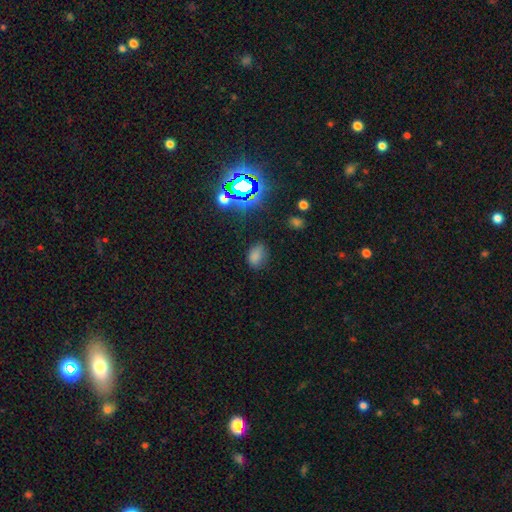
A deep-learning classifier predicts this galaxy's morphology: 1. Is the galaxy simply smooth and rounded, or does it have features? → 71% smooth, 22% star or artifact, 7% featured or disk.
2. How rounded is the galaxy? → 80% in between, 18% round, 2% cigar-shaped.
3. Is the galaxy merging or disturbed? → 74% none, 17% minor disturbance, 6% major disturbance, 2% merger.